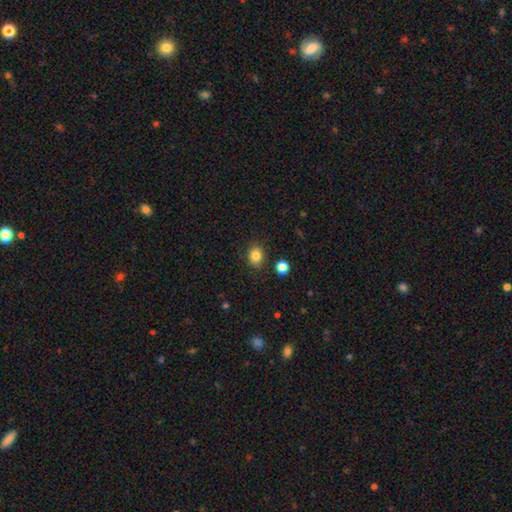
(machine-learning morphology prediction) Smooth or featured? smooth (84%)
How rounded? in between (51%)
Merging? none (86%)